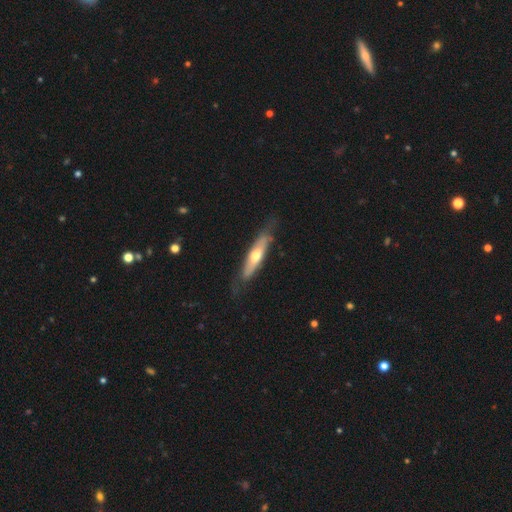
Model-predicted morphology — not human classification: A smooth galaxy with no disk features (48%). Merging: none (71%).